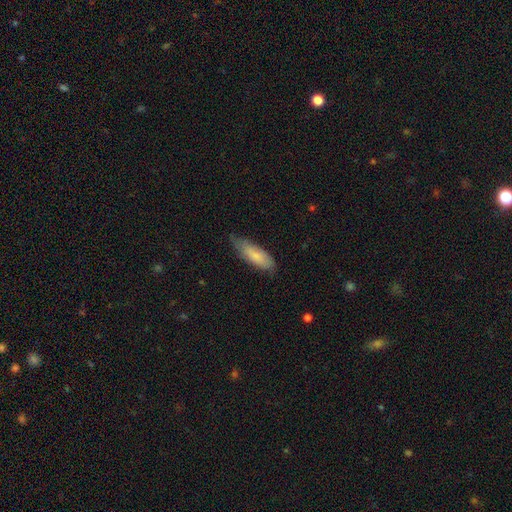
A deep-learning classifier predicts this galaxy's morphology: The model was most divided on "how rounded": in between: 63%, cigar-shaped: 35%, round: 2%. More confident: smooth or featured — smooth (77%); merging — none (61%).